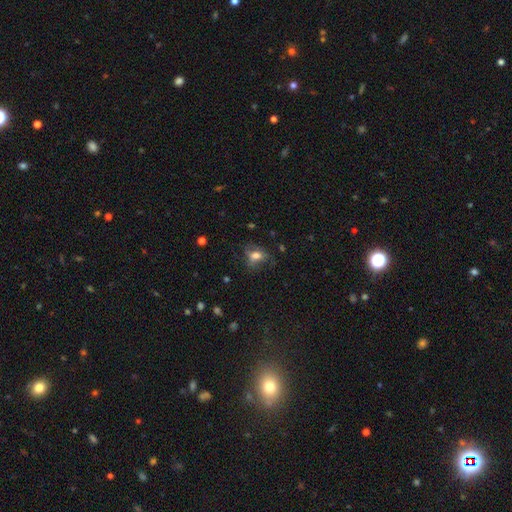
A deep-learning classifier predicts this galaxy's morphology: smooth_or_featured: smooth (p=0.66) [alt: featured or disk p=0.21]
how_rounded: in between (p=0.69) [alt: round p=0.29]
merging: none (p=0.51) [alt: minor disturbance p=0.27]